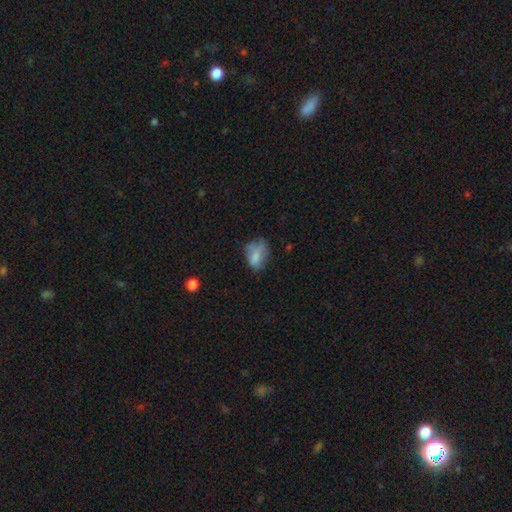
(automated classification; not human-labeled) Smooth or featured?
  - smooth: 74% *
  - featured or disk: 16%
  - star or artifact: 11%
How rounded?
  - in between: 78% *
  - round: 20%
  - cigar-shaped: 1%
Merging?
  - none: 41% *
  - minor disturbance: 34%
  - major disturbance: 21%
  - merger: 4%